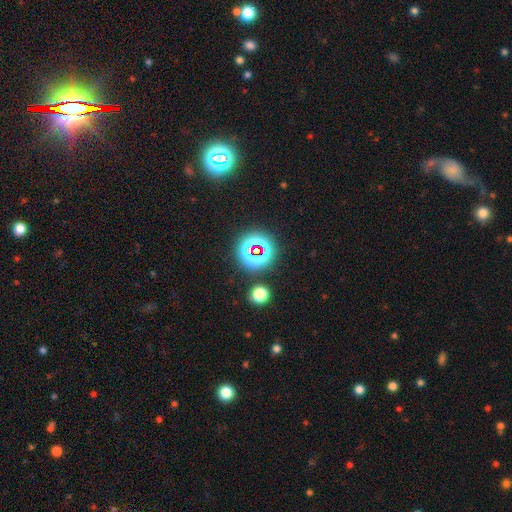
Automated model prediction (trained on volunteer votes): This appears to be a star or artifact, not a galaxy (75%).